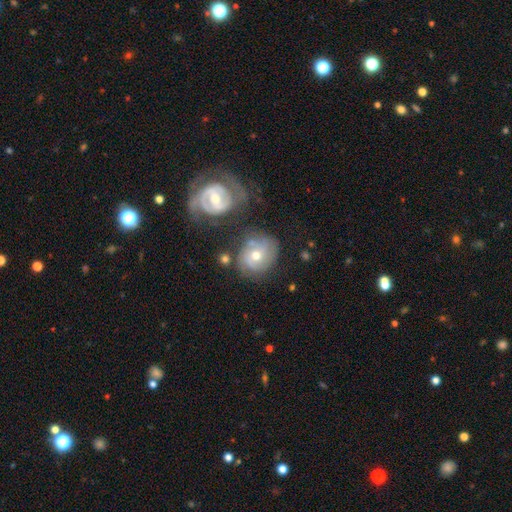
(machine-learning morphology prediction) Smooth or featured: featured or disk — 64% (smooth — 28%)
Edge-on disk: no — 97% (yes — 3%)
Bar: no — 71% (weak — 23%)
Spiral arms: yes — 84% (no — 16%)
Spiral winding: tight — 50% (medium — 37%)
Spiral arm count: 2 — 33% (can't tell — 28%)
Bulge size: moderate — 68% (small — 27%)
Merging: none — 56% (minor disturbance — 21%)